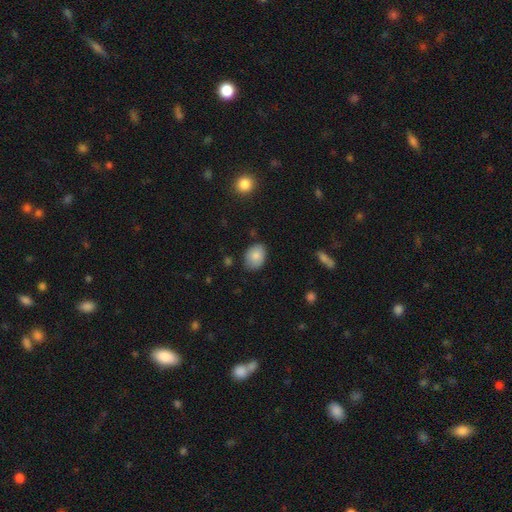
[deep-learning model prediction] This appears to be a smooth galaxy with no disk features (84%) that is in between round and cigar-shaped (76%). Merging: none (78%).